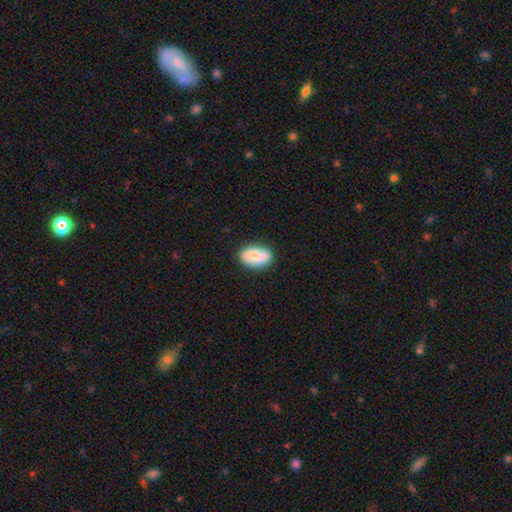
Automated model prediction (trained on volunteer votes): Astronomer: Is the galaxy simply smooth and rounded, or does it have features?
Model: smooth — 75%.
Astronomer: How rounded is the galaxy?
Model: in between — 90%.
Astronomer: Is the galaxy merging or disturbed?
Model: none — 79%.